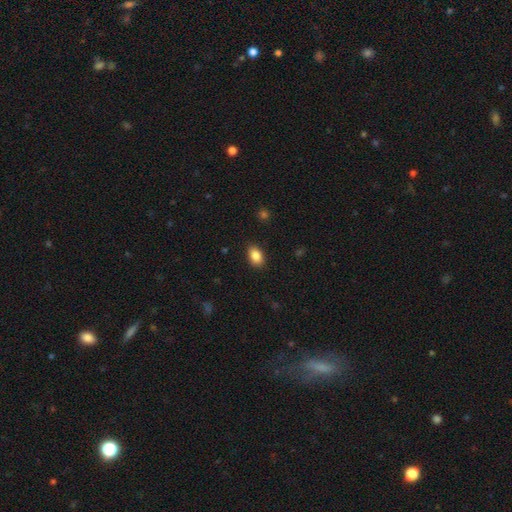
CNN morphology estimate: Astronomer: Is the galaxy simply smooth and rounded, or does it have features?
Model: smooth — 86%.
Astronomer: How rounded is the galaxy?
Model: in between — 85%.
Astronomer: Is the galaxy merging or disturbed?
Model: none — 88%.